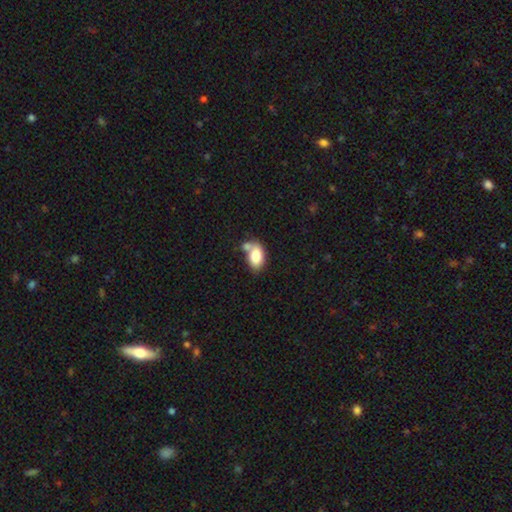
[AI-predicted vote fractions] A smooth galaxy with no disk features (79%) that is in between round and cigar-shaped (89%). Merging: none (41%).